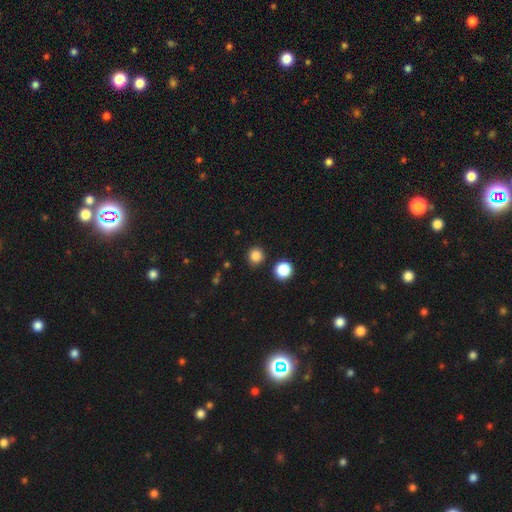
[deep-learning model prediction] smooth-or-featured: smooth: 84% | star or artifact: 13% | featured or disk: 3%
  how-rounded: round: 88% | in between: 11% | cigar-shaped: 1%
  merging: none: 87% | minor disturbance: 7% | merger: 4% | major disturbance: 2%